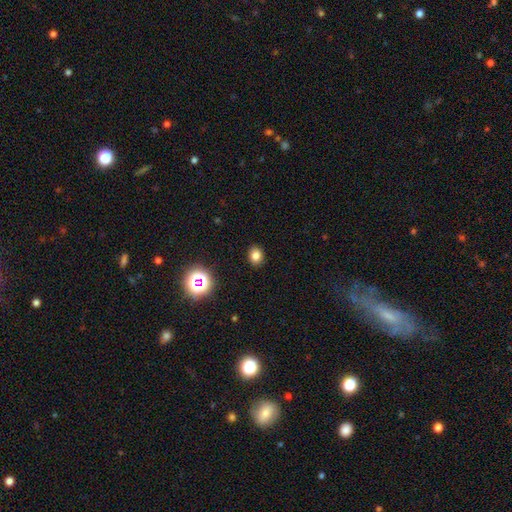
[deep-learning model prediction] Smooth or featured?
  - smooth: 78% *
  - star or artifact: 16%
  - featured or disk: 6%
How rounded?
  - round: 54% *
  - in between: 45%
  - cigar-shaped: 1%
Merging?
  - none: 89% *
  - minor disturbance: 7%
  - major disturbance: 2%
  - merger: 1%